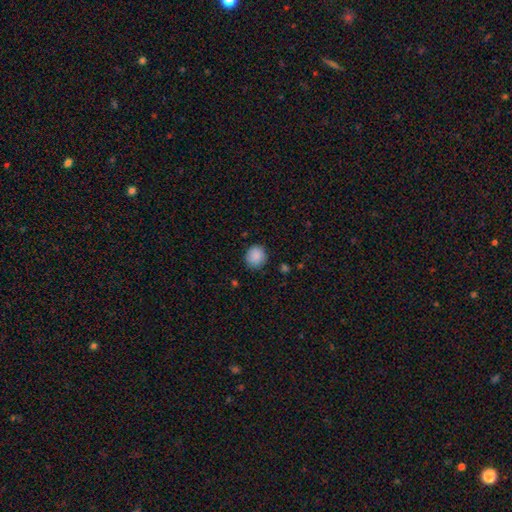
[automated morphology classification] Smooth or featured?
  - smooth: 88% *
  - star or artifact: 8%
  - featured or disk: 3%
How rounded?
  - round: 87% *
  - in between: 12%
  - cigar-shaped: 1%
Merging?
  - none: 86% *
  - minor disturbance: 10%
  - major disturbance: 3%
  - merger: 1%